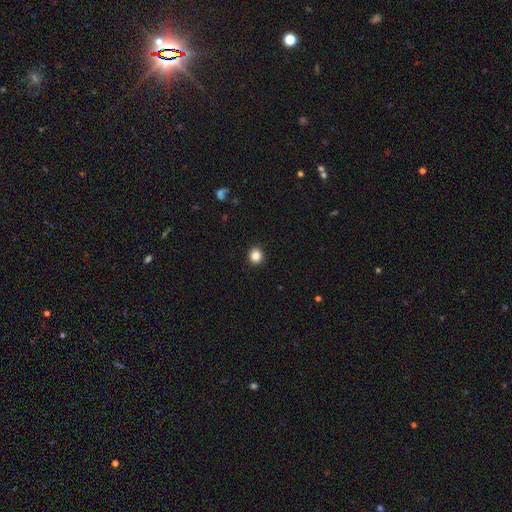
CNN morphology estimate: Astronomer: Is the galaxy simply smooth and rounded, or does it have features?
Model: smooth — 86%.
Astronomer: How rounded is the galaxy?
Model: round — 87%.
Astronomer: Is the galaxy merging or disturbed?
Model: none — 92%.